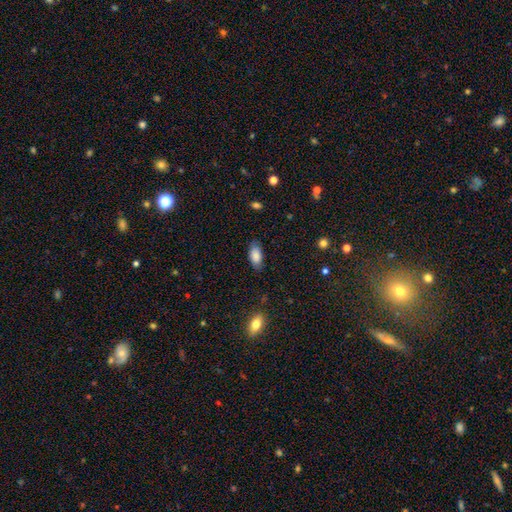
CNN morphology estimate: Smooth or featured? smooth (87%)
How rounded? in between (90%)
Merging? none (82%)